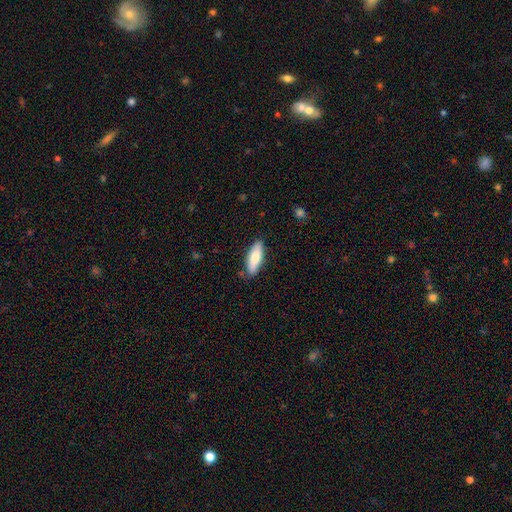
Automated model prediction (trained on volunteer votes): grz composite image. It shows a smooth galaxy with no disk features (75%) that is in between round and cigar-shaped (54%). Merging: none (84%).